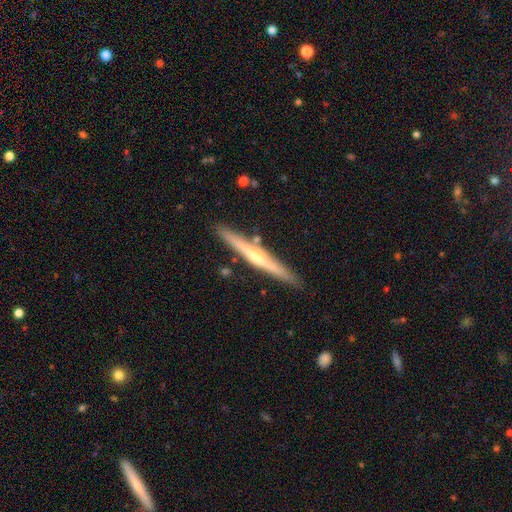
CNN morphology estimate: Q: Smooth or featured?
A: featured or disk (73%); runner-up: smooth (21%)
Q: Edge-on disk?
A: yes (98%); runner-up: no (2%)
Q: Edge-on bulge?
A: rounded (77%); runner-up: none (18%)
Q: Merging?
A: none (90%); runner-up: minor disturbance (7%)